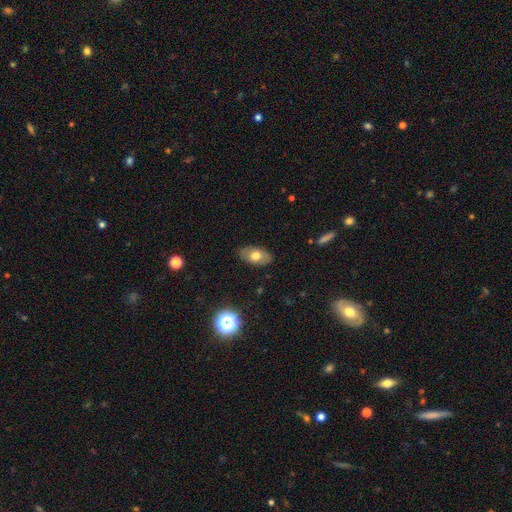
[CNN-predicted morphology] type=smooth (66%); roundness=in between (90%); merging=none (84%).